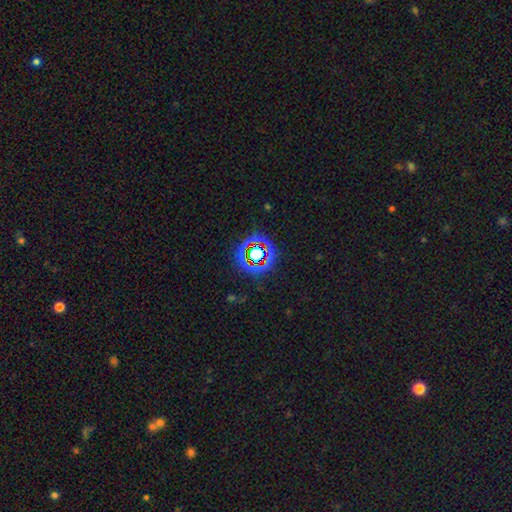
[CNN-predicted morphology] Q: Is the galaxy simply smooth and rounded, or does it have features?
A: star or artifact — 70%.